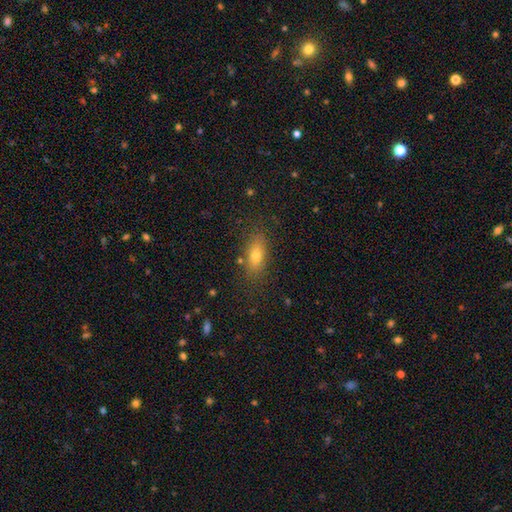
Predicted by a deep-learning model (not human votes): Smooth or featured: smooth — 72% (featured or disk — 17%)
How rounded: in between — 73% (cigar-shaped — 21%)
Merging: none — 83% (minor disturbance — 12%)